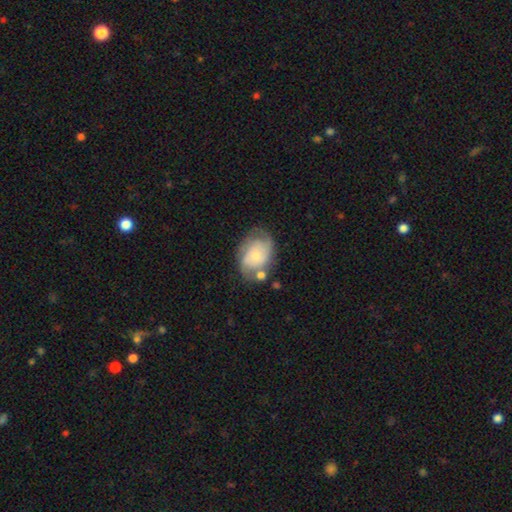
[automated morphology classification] This is likely a featured or disk galaxy (62%). It is clearly not viewed edge-on (97%). Bar: likely no (74%). Spiral arm pattern: clearly yes (85%). Spiral arm count: possibly 2 (53%). Spiral winding: marginally tight (43%). Central bulge: possibly small (57%). Merging: possibly none (52%).